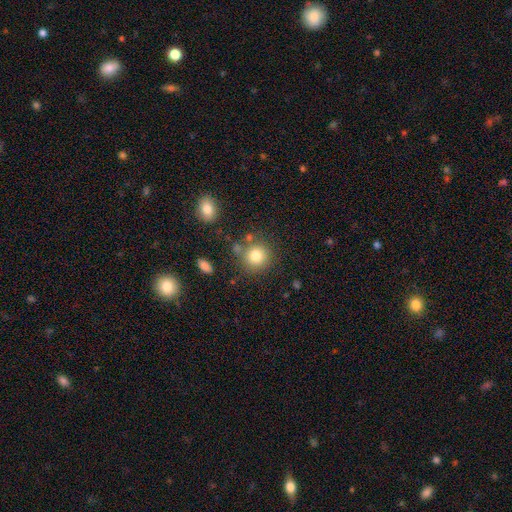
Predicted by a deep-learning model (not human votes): The model was most divided on "merging": none: 77%, minor disturbance: 11%, merger: 9%, major disturbance: 4%. More confident: how rounded — round (90%); smooth or featured — smooth (81%).